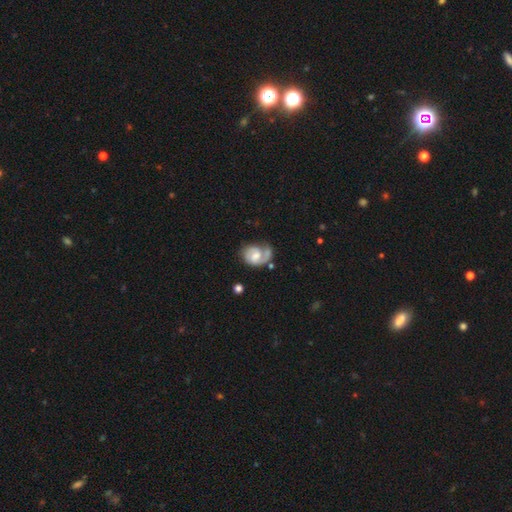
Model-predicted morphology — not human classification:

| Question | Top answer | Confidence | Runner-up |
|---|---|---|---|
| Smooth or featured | featured or disk | 72% | smooth (22%) |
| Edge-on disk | no | 98% | yes (2%) |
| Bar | no | 47% | weak (43%) |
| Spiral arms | yes | 92% | no (8%) |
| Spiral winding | tight | 43% | medium (40%) |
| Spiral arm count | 2 | 47% | 1 (43%) |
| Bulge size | moderate | 45% | small (30%) |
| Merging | none | 50% | minor disturbance (24%) |